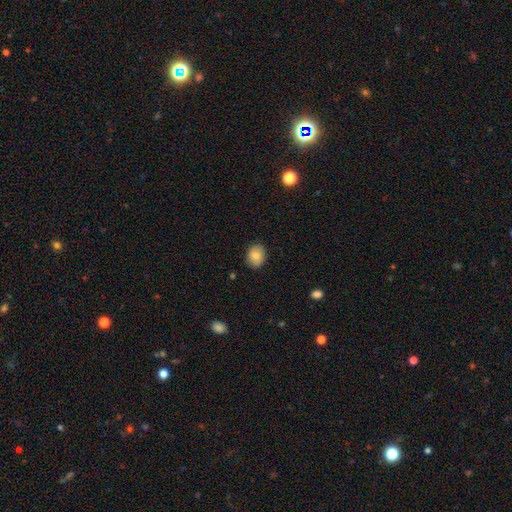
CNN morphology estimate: Smooth or featured: smooth — 83% (featured or disk — 9%)
How rounded: in between — 58% (round — 41%)
Merging: none — 86% (minor disturbance — 10%)